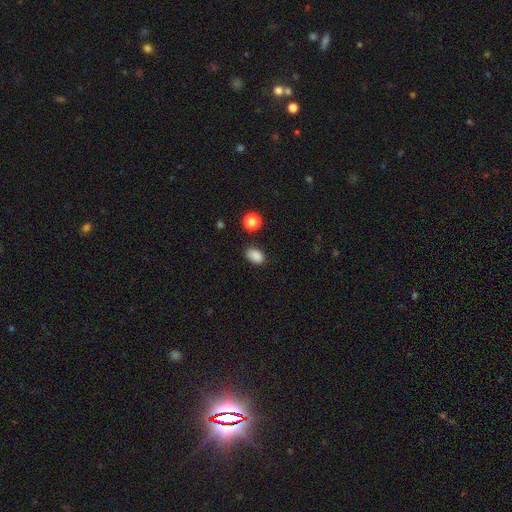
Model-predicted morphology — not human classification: This is clearly a smooth galaxy (86%). How rounded: clearly in between (84%). Merging: clearly none (81%).